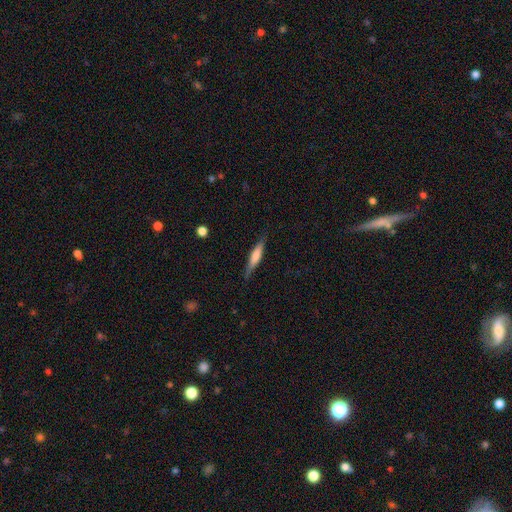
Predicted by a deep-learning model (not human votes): Morphology: type=smooth (58%); roundness=cigar-shaped (82%); merging=none (79%).